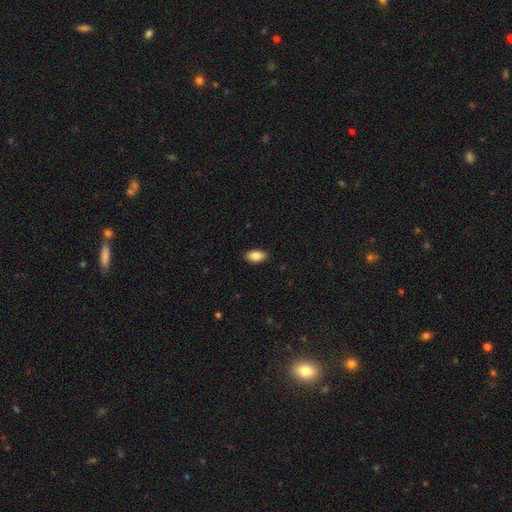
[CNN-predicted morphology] A smooth galaxy with no disk features (87%) that is in between round and cigar-shaped (94%).

Vote fractions:
- Smooth or featured? smooth: 87% / star or artifact: 7% / featured or disk: 6%
- How rounded? in between: 94% / round: 4% / cigar-shaped: 2%
- Merging? none: 89% / minor disturbance: 8% / major disturbance: 2% / merger: 1%